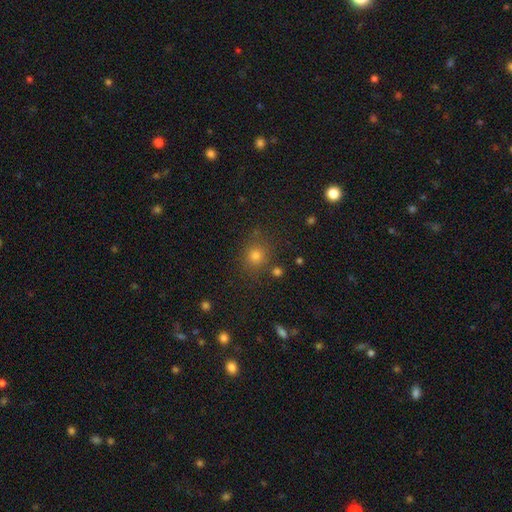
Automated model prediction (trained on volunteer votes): Morphology: type=smooth (73%); roundness=round (80%); merging=none (80%).